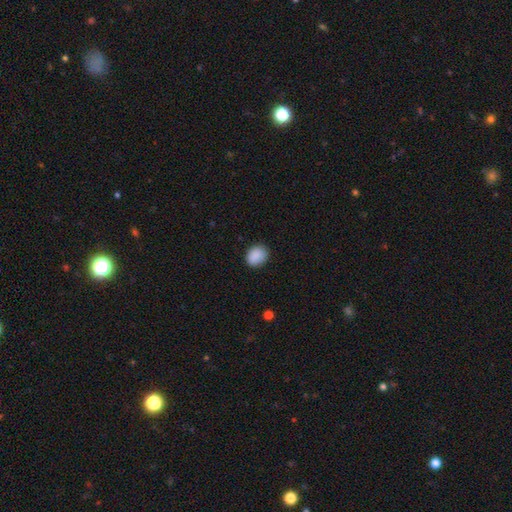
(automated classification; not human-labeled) This is clearly a smooth galaxy (89%). How rounded: possibly round (54%). Merging: clearly none (85%).